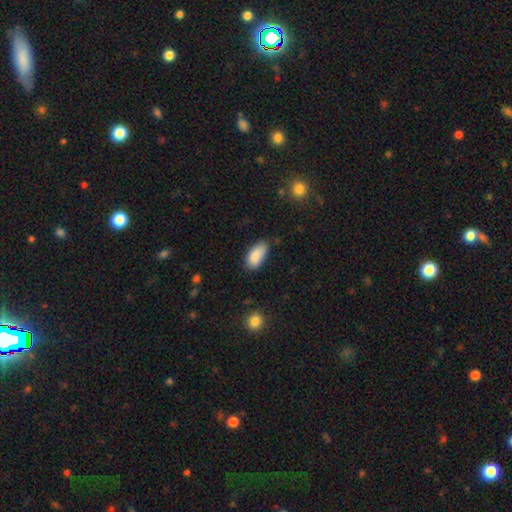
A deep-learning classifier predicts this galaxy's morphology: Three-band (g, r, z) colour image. It shows a smooth galaxy with no disk features (87%) that is in between round and cigar-shaped (92%). Merging: none (71%).